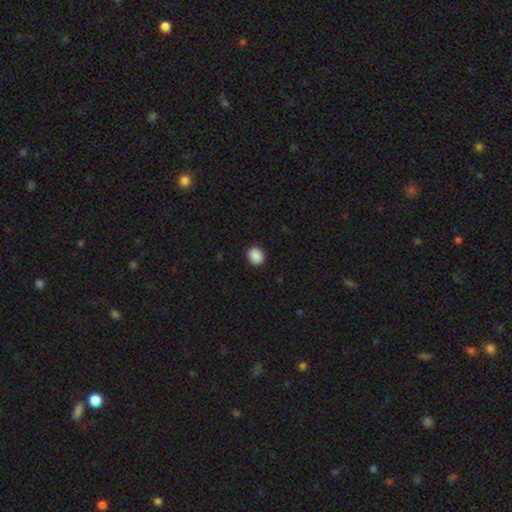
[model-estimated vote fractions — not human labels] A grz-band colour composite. It shows a smooth galaxy with no disk features (89%) that is round (66%). Merging: none (91%).